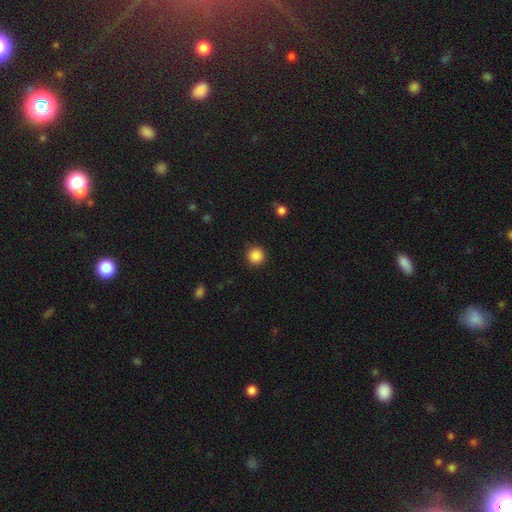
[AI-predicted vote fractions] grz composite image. It shows a smooth galaxy with no disk features (87%) that is round (95%). Merging: none (90%).